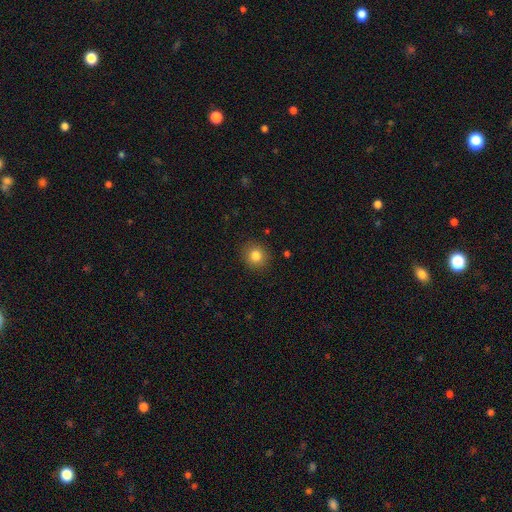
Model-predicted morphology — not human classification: A smooth galaxy with no disk features (83%) that is round (84%).

Vote fractions:
- Smooth or featured? smooth: 83% / star or artifact: 11% / featured or disk: 6%
- How rounded? round: 84% / in between: 15% / cigar-shaped: 1%
- Merging? none: 89% / minor disturbance: 7% / major disturbance: 2% / merger: 1%